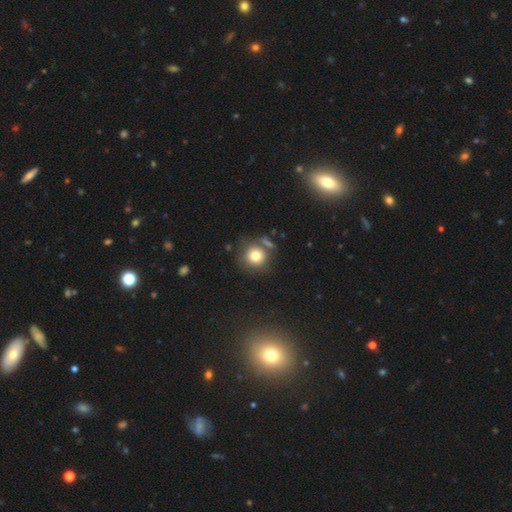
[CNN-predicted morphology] A smooth galaxy with no disk features (79%) that is round (90%).

Vote fractions:
- Smooth or featured? smooth: 79% / star or artifact: 12% / featured or disk: 10%
- How rounded? round: 90% / in between: 9% / cigar-shaped: 1%
- Merging? none: 71% / minor disturbance: 12% / merger: 12% / major disturbance: 5%